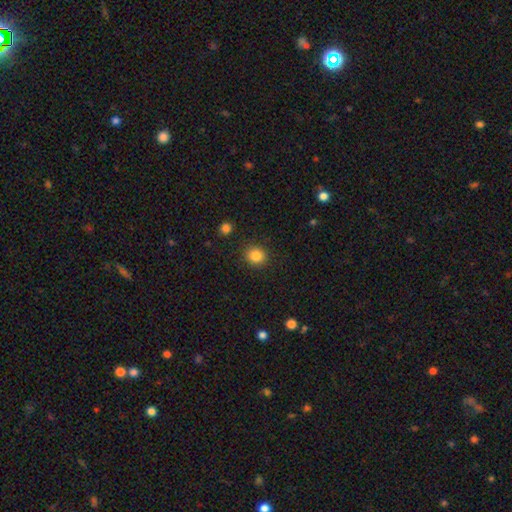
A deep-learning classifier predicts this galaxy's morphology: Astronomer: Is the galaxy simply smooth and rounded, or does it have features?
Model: smooth — 85%.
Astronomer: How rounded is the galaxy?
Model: round — 84%.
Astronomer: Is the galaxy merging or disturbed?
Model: none — 89%.